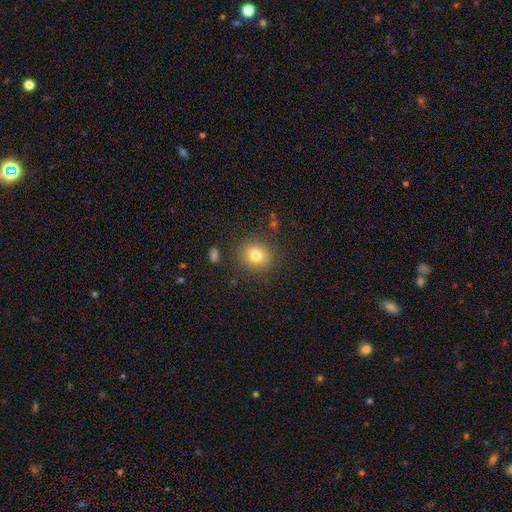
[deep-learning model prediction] Smooth or featured?
  - smooth: 77% *
  - star or artifact: 13%
  - featured or disk: 10%
How rounded?
  - round: 81% *
  - in between: 18%
  - cigar-shaped: 1%
Merging?
  - none: 86% *
  - minor disturbance: 9%
  - major disturbance: 3%
  - merger: 2%